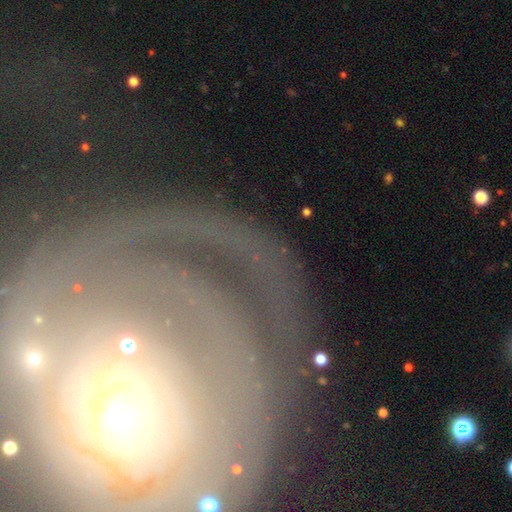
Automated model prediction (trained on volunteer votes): smooth_or_featured: featured or disk (p=0.72) [alt: smooth p=0.15]
disk_edge_on: no (p=0.93) [alt: yes p=0.07]
bar: no (p=0.70) [alt: weak p=0.17]
has_spiral_arms: yes (p=0.73) [alt: no p=0.27]
bulge_size: moderate (p=0.55) [alt: small p=0.28]
merging: none (p=0.64) [alt: major disturbance p=0.17]